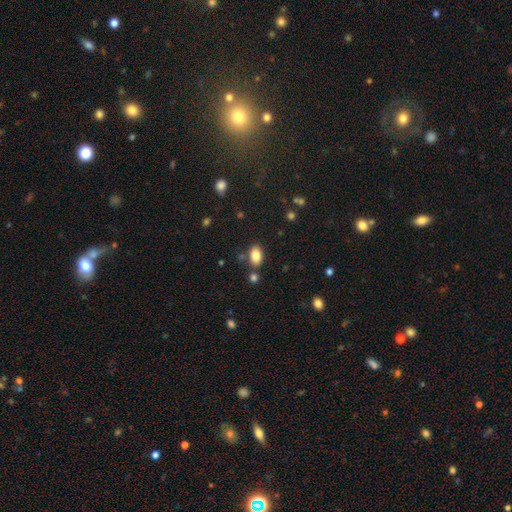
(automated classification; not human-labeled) smooth_or_featured: smooth (p=0.85) [alt: star or artifact p=0.09]
how_rounded: in between (p=0.90) [alt: round p=0.08]
merging: none (p=0.78) [alt: minor disturbance p=0.12]